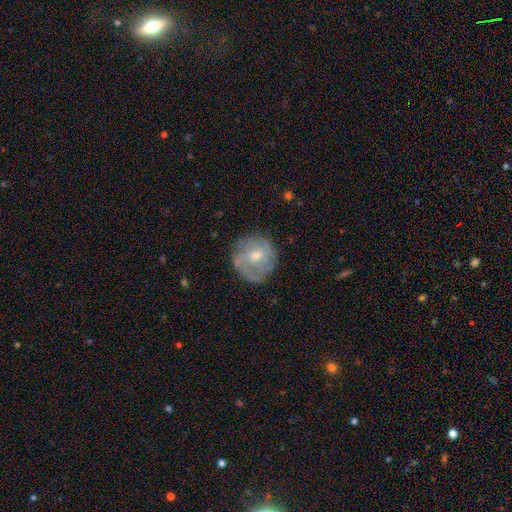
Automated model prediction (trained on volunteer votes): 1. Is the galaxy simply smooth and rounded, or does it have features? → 56% featured or disk, 36% smooth, 8% star or artifact.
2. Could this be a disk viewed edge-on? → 97% no, 3% yes.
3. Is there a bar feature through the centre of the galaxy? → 61% no, 34% weak, 6% strong.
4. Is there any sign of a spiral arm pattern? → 67% yes, 33% no.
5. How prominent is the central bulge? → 54% moderate, 41% small, 2% large, 2% none, 1% dominant.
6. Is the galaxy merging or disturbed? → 72% none, 19% minor disturbance, 7% major disturbance, 2% merger.